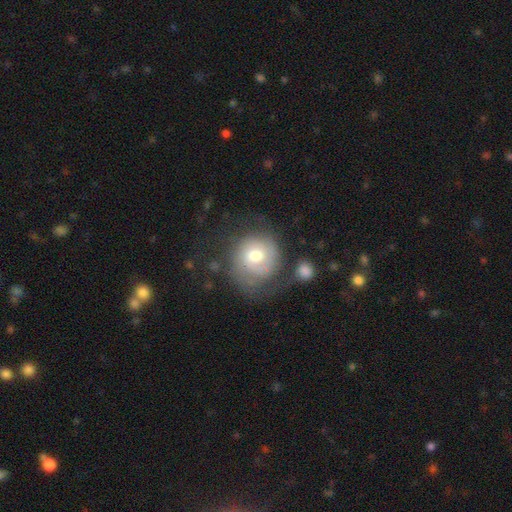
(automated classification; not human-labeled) This appears to be a featured or disk galaxy (52%) with no bar (68%), spiral arms (77%) and a moderate central bulge (69%). Merging: none (53%).